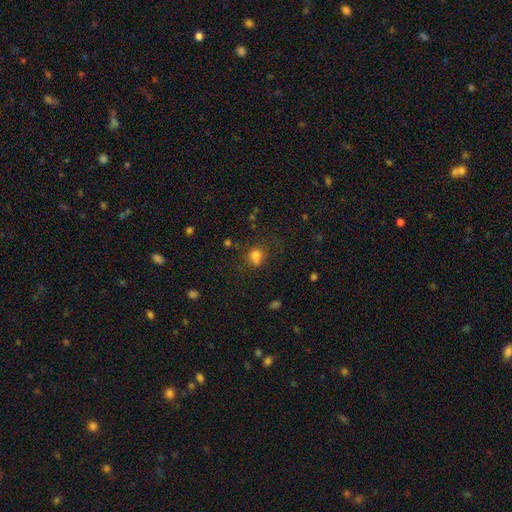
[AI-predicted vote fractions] Smooth or featured: smooth — 77% (star or artifact — 15%)
How rounded: round — 74% (in between — 25%)
Merging: none — 61% (minor disturbance — 20%)